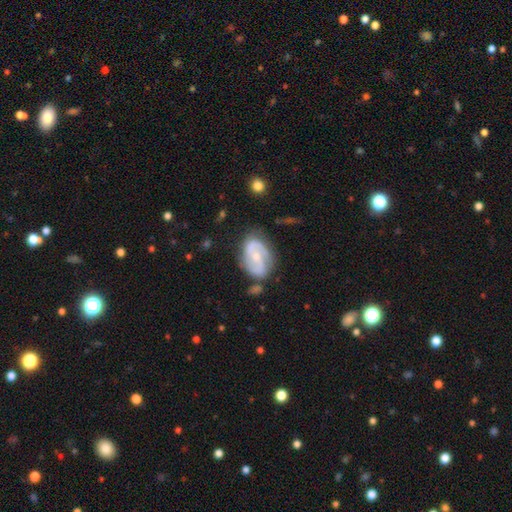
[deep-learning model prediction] Smooth or featured? featured or disk (78%)
Edge-on disk? no (97%)
Bar? no (42%, tied with weak)
Spiral arms? yes (92%)
Spiral winding? medium (46%)
Spiral arm count? 2 (79%)
Bulge size? small (56%)
Merging? none (66%)